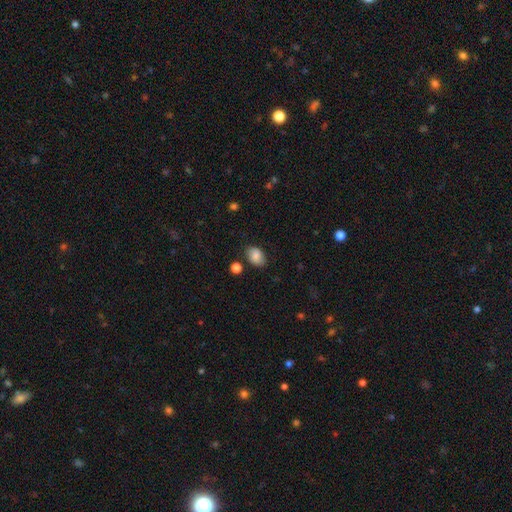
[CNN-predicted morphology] type=smooth (85%); roundness=in between (83%); merging=none (80%).